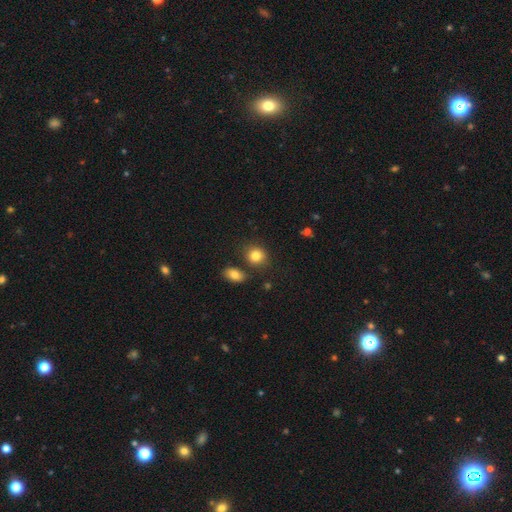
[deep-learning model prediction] Smooth or featured? Predicted: smooth (p=0.84). How rounded? Predicted: round (p=0.70). Merging? Predicted: none (p=0.76).